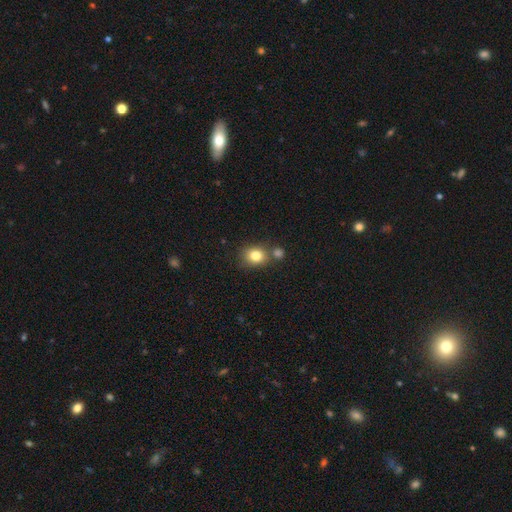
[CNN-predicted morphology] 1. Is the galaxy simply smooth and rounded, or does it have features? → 81% smooth, 11% star or artifact, 8% featured or disk.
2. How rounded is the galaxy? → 64% round, 35% in between, 1% cigar-shaped.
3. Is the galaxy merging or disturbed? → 65% none, 20% merger, 12% minor disturbance, 4% major disturbance.